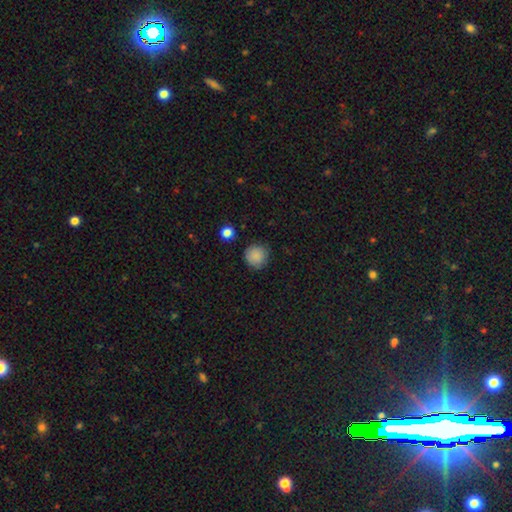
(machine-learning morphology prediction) This appears to be a smooth galaxy with no disk features (86%) that is round (93%). Merging: none (85%).